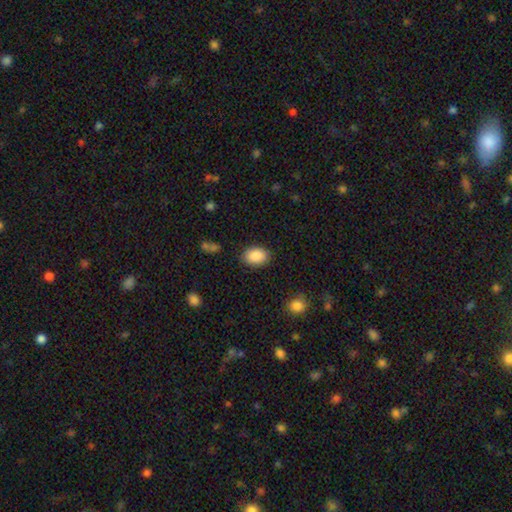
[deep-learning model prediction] Smooth or featured? smooth (89%)
How rounded? in between (83%)
Merging? none (86%)